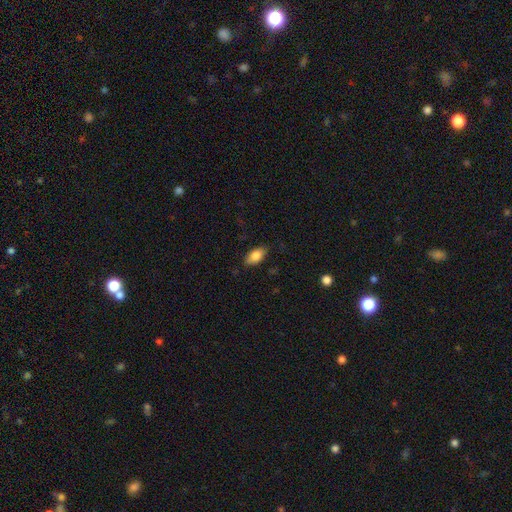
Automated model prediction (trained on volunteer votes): Morphology: type=smooth (81%); roundness=in between (89%); merging=none (83%).